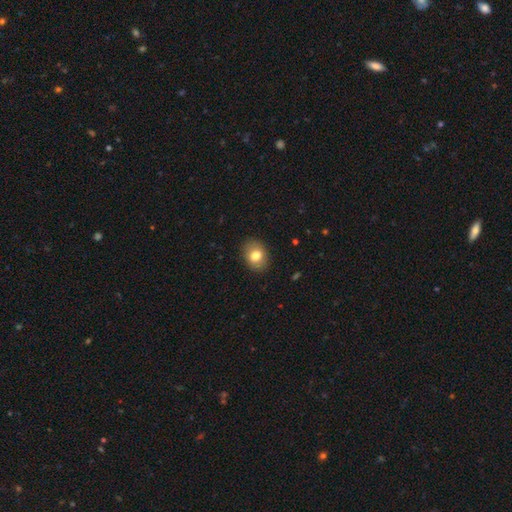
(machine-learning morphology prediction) This appears to be a smooth galaxy with no disk features (79%) that is in between round and cigar-shaped (57%). Merging: none (88%).